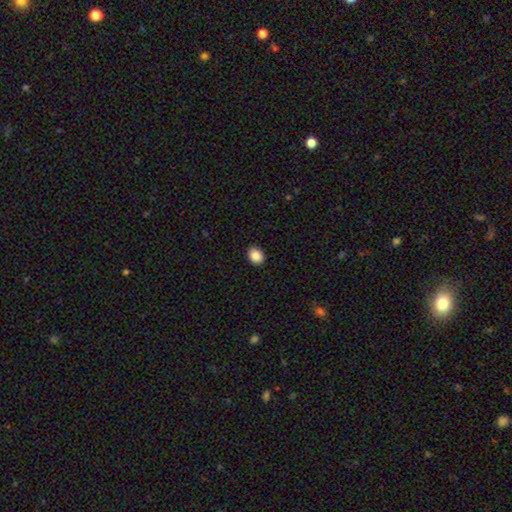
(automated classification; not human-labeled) The model was most divided on "how rounded": in between: 54%, round: 45%, cigar-shaped: 1%. More confident: merging — none (90%); smooth or featured — smooth (88%).